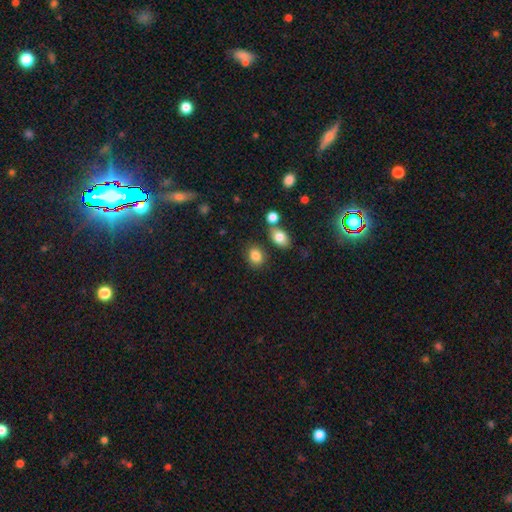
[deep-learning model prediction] smooth_or_featured: smooth (p=0.84) [alt: star or artifact p=0.10]
how_rounded: in between (p=0.59) [alt: round p=0.39]
merging: none (p=0.75) [alt: minor disturbance p=0.12]